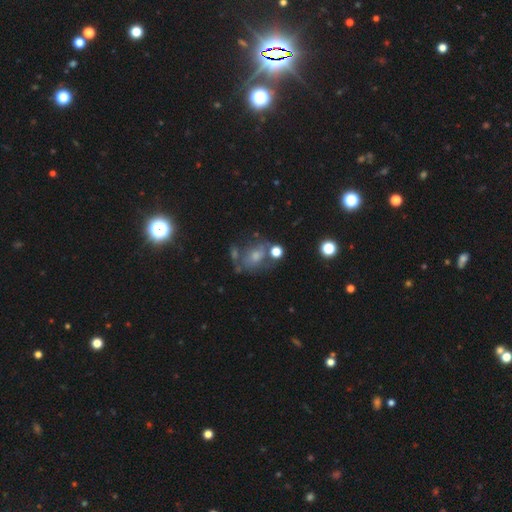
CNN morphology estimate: Q: Smooth or featured?
A: smooth (46%); runner-up: featured or disk (37%)
Q: Merging?
A: none (44%); runner-up: minor disturbance (22%)